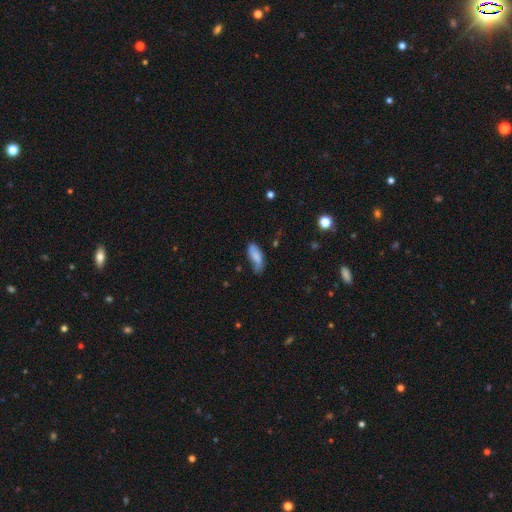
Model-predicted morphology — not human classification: A smooth galaxy with no disk features (75%) that is in between round and cigar-shaped (77%).

Vote fractions:
- Smooth or featured? smooth: 75% / featured or disk: 17% / star or artifact: 8%
- How rounded? in between: 77% / cigar-shaped: 20% / round: 2%
- Merging? none: 52% / minor disturbance: 35% / major disturbance: 10% / merger: 3%